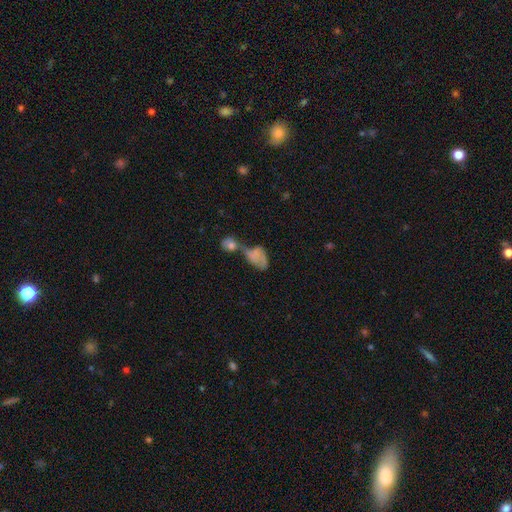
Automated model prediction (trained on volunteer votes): A smooth galaxy with no disk features (64%) that is in between round and cigar-shaped (80%). Merging: merger (63%).